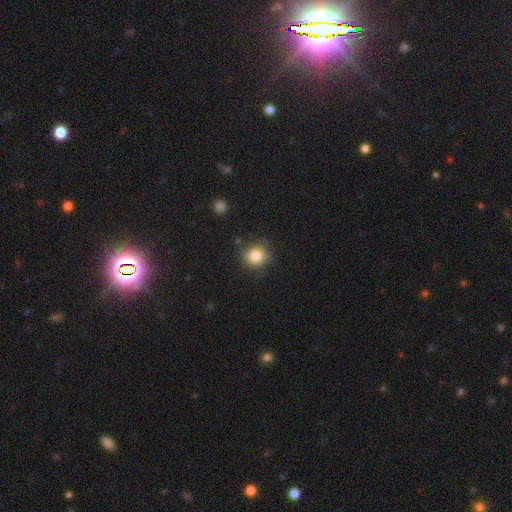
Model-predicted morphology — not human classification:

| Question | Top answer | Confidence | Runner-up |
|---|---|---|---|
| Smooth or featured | smooth | 83% | star or artifact (11%) |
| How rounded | round | 85% | in between (14%) |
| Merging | none | 80% | minor disturbance (14%) |